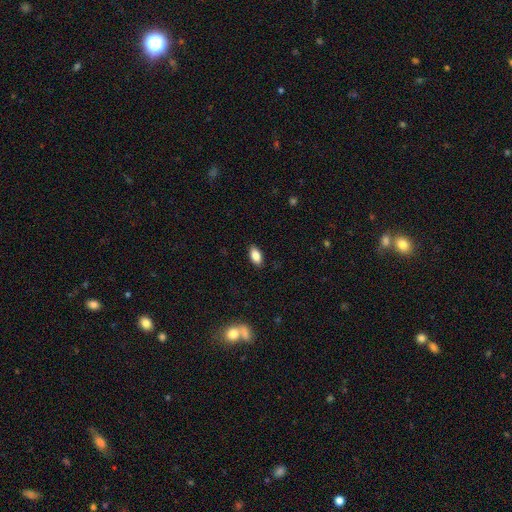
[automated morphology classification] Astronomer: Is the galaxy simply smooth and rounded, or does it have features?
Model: smooth — 86%.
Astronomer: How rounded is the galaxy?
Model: in between — 91%.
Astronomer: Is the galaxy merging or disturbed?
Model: none — 89%.